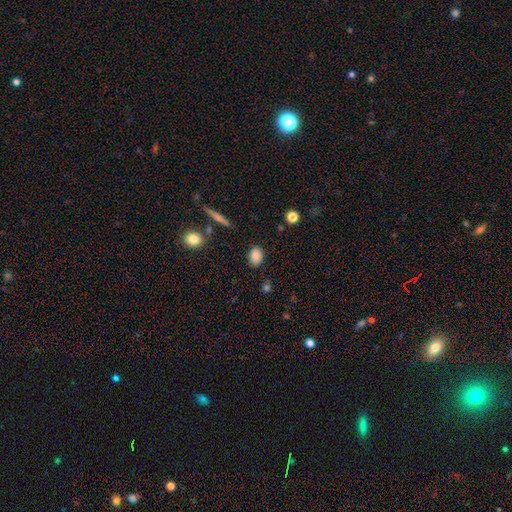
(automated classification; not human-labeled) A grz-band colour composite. It shows a smooth galaxy with no disk features (86%) that is in between round and cigar-shaped (81%). Merging: none (84%).